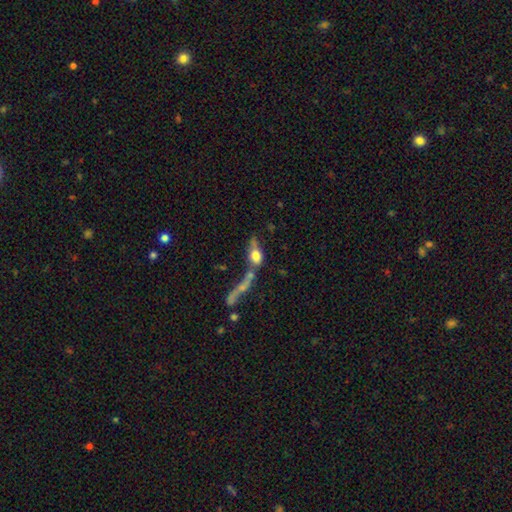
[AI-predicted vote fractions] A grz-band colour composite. It shows a smooth galaxy with no disk features (55%) that is in between round and cigar-shaped (60%). Merging: merger (51%).